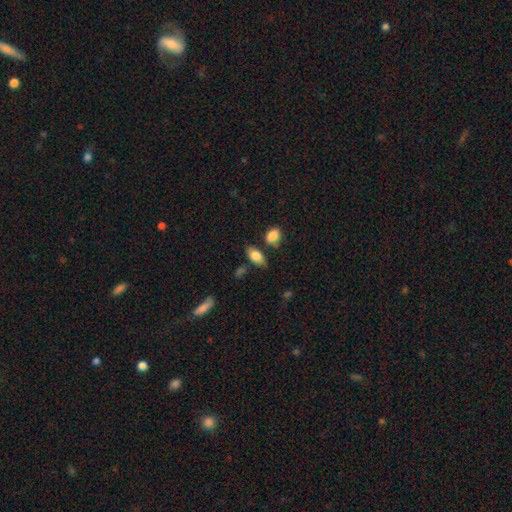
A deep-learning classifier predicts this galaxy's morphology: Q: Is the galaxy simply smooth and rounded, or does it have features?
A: smooth — 79%.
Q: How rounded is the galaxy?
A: in between — 88%.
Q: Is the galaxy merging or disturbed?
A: none — 71%.